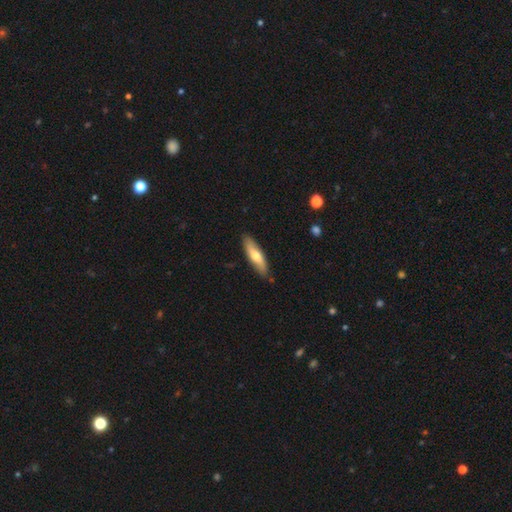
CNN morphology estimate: A smooth galaxy with no disk features (60%) that is cigar-shaped (63%). Merging: none (86%).